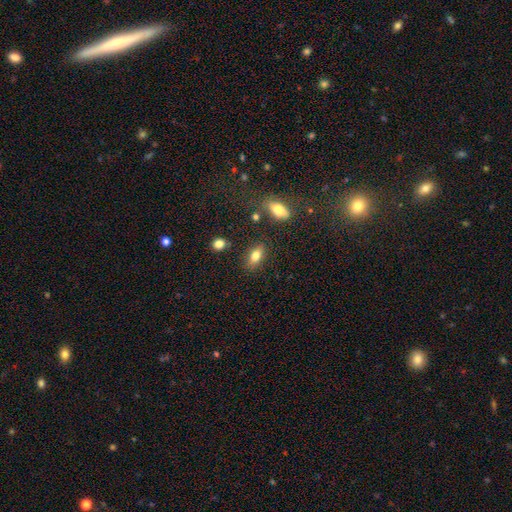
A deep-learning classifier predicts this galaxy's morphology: This is likely a smooth galaxy (78%). How rounded: clearly in between (85%). Merging: clearly none (81%).